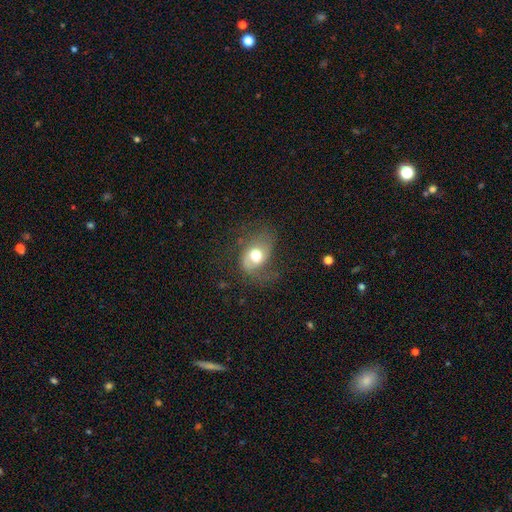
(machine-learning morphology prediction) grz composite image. It shows a smooth galaxy with no disk features (53%) that is in between round and cigar-shaped (63%). Merging: none (46%).